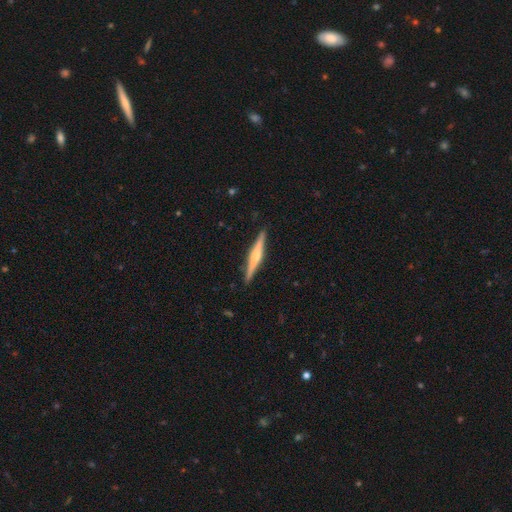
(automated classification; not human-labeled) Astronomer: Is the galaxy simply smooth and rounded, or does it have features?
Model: featured or disk — 71%.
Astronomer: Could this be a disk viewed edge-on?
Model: yes — 98%.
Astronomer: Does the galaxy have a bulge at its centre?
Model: rounded — 79%.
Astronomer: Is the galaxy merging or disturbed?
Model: none — 91%.